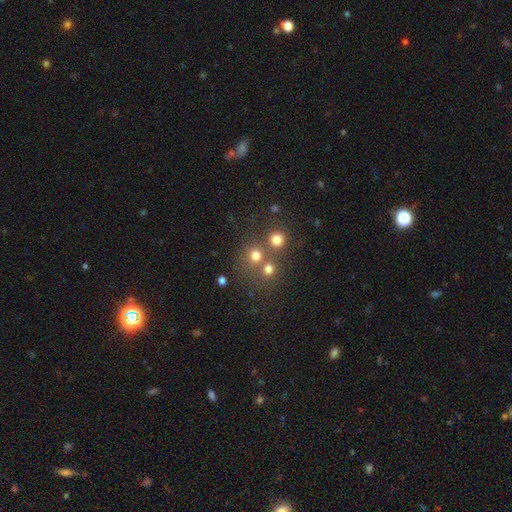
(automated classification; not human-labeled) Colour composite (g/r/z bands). It shows a smooth galaxy with no disk features (71%) that is round (87%). Merging: none (59%).